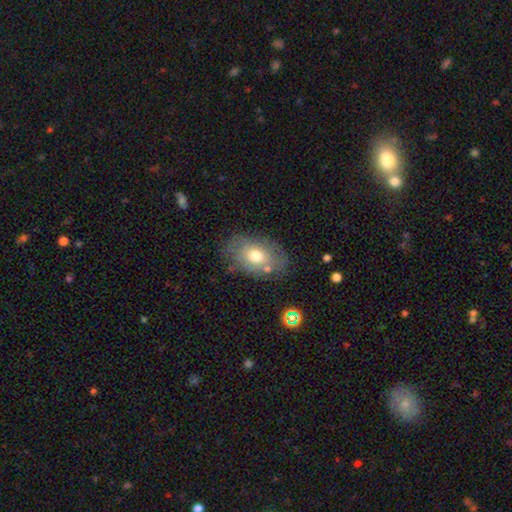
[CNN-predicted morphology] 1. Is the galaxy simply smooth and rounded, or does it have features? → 61% smooth, 30% featured or disk, 9% star or artifact.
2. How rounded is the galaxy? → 82% in between, 17% round, 1% cigar-shaped.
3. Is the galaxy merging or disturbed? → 68% none, 20% minor disturbance, 8% major disturbance, 4% merger.